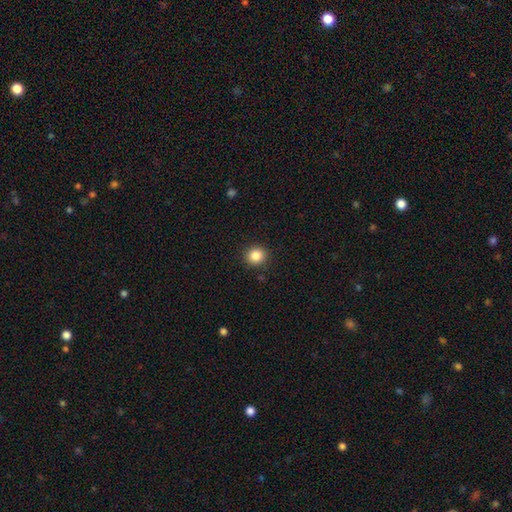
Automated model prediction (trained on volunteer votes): smooth_or_featured: smooth (p=0.85) [alt: star or artifact p=0.10]
how_rounded: round (p=0.91) [alt: in between p=0.08]
merging: none (p=0.91) [alt: minor disturbance p=0.06]